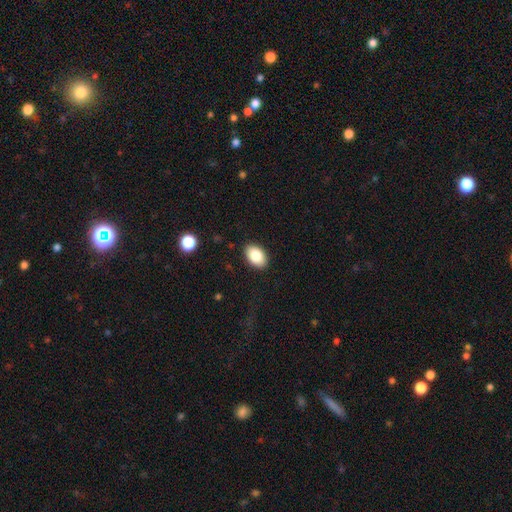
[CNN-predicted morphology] smooth_or_featured: smooth (p=0.85) [alt: featured or disk p=0.07]
how_rounded: in between (p=0.88) [alt: round p=0.11]
merging: none (p=0.89) [alt: minor disturbance p=0.08]